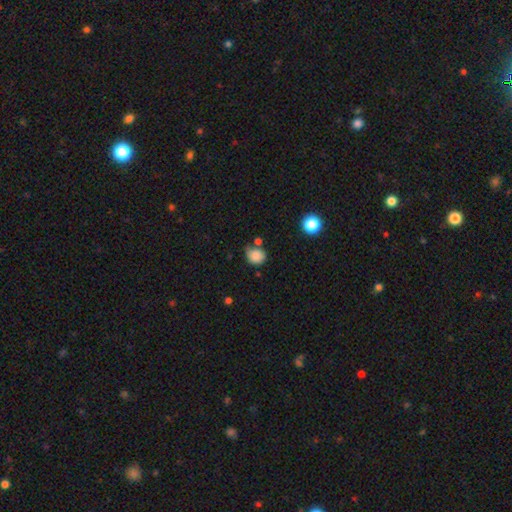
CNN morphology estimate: A smooth galaxy with no disk features (83%) that is round (70%).

Vote fractions:
- Smooth or featured? smooth: 83% / star or artifact: 10% / featured or disk: 7%
- How rounded? round: 70% / in between: 29% / cigar-shaped: 1%
- Merging? none: 53% / minor disturbance: 27% / merger: 13% / major disturbance: 7%